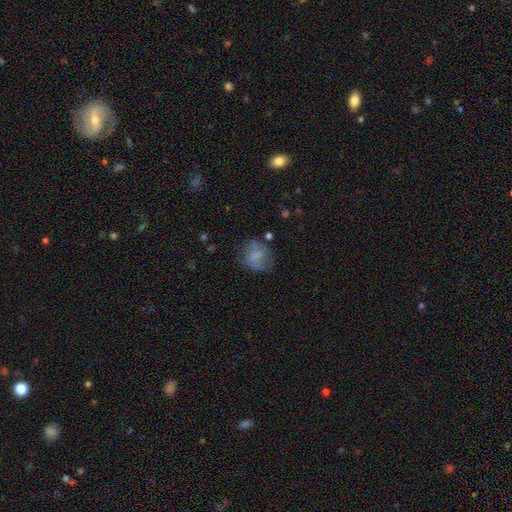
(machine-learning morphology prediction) smooth_or_featured: smooth (p=0.60) [alt: featured or disk p=0.28]
how_rounded: round (p=0.60) [alt: in between p=0.38]
merging: none (p=0.50) [alt: minor disturbance p=0.25]